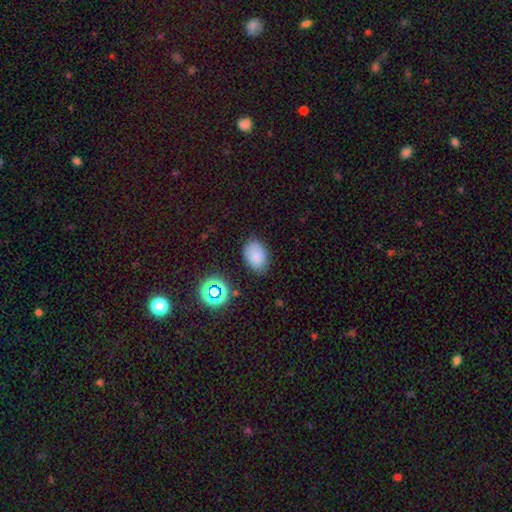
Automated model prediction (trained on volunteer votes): Morphology: type=smooth (80%); roundness=in between (82%); merging=none (75%).